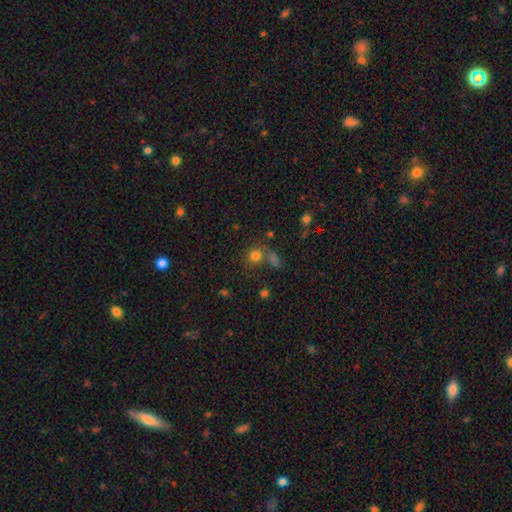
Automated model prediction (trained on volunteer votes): The model was most divided on "merging": none: 59%, merger: 25%, minor disturbance: 10%, major disturbance: 5%. More confident: how rounded — round (84%); smooth or featured — smooth (75%).